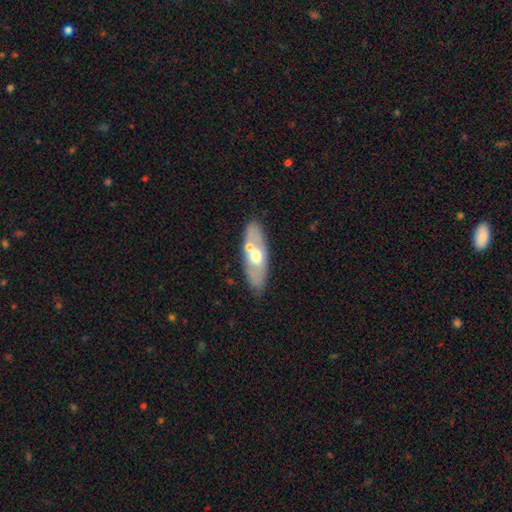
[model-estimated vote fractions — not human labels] Overall: smooth (49%; featured or disk 45%). Merging: none (72%).